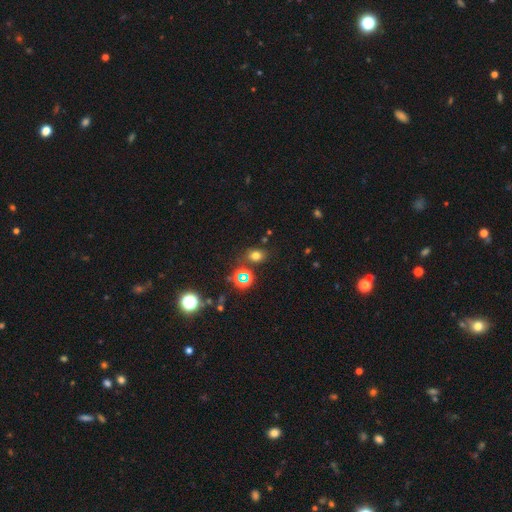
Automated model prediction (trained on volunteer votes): smooth 66%, star or artifact 26%, featured or disk 8%. Down the decision tree: how rounded — in between (54%); merging — none (77%).